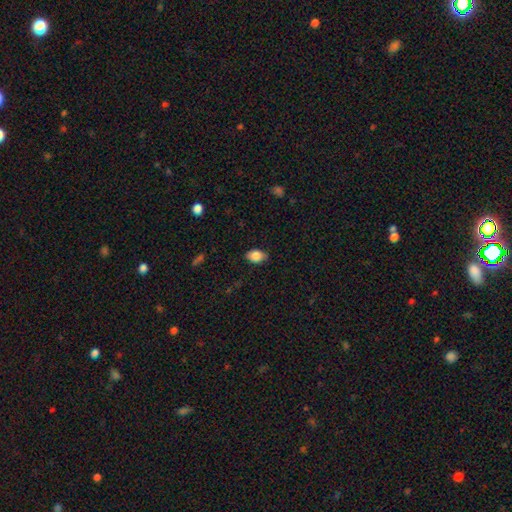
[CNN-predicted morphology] smooth-or-featured: smooth: 84% | star or artifact: 8% | featured or disk: 8%
  how-rounded: in between: 84% | round: 15% | cigar-shaped: 2%
  merging: none: 81% | minor disturbance: 15% | major disturbance: 3% | merger: 1%